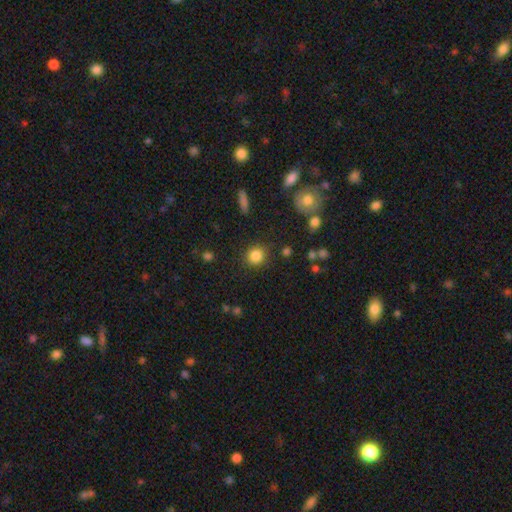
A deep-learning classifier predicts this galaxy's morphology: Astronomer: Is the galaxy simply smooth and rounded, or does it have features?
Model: smooth — 84%.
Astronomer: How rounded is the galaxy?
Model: round — 90%.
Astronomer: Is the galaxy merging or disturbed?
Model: none — 86%.